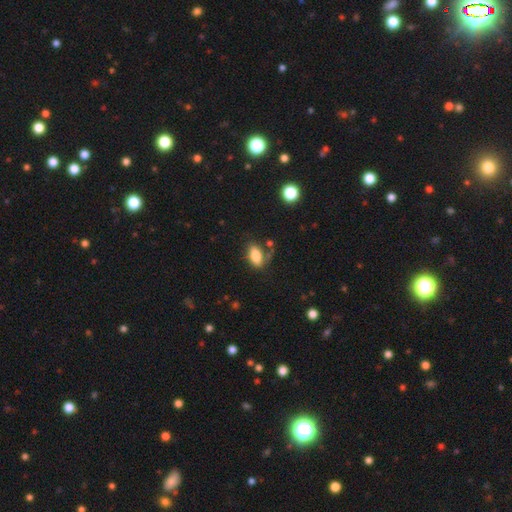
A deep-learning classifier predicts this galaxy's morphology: Smooth or featured? Predicted: smooth (p=0.81). How rounded? Predicted: in between (p=0.87). Merging? Predicted: none (p=0.66).